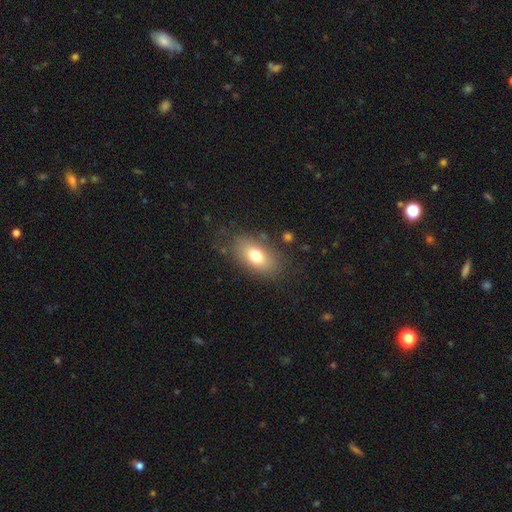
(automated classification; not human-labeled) Morphology: type=smooth (74%); roundness=in between (88%); merging=none (79%).